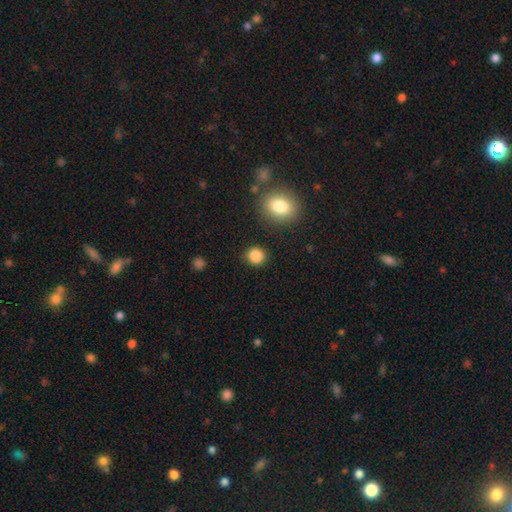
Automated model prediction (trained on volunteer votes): This appears to be a smooth galaxy with no disk features (86%) that is round (89%). Merging: none (88%).